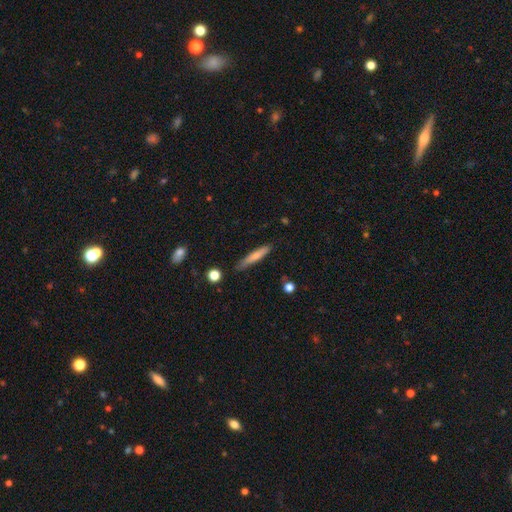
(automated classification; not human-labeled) A smooth galaxy with no disk features (69%) that is cigar-shaped (92%). Merging: none (80%).